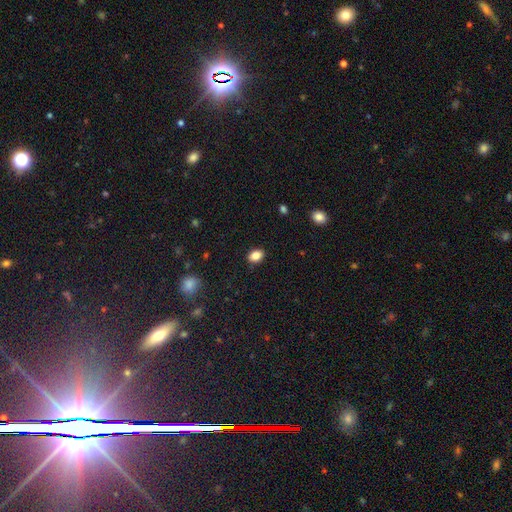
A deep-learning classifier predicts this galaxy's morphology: A smooth galaxy with no disk features (84%) that is in between round and cigar-shaped (78%). Merging: none (87%).